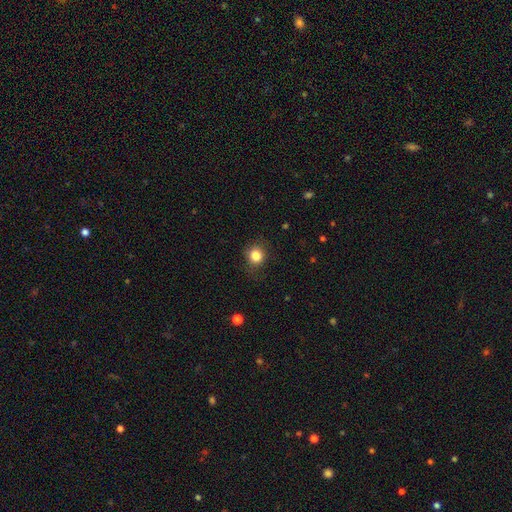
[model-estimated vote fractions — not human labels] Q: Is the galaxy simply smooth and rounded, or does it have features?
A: smooth — 84%.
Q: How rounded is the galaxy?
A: round — 85%.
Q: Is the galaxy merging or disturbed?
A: none — 83%.